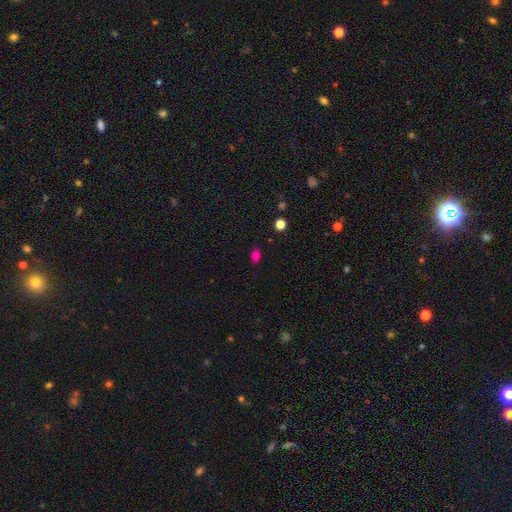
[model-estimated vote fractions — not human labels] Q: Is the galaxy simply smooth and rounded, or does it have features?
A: smooth — 77%.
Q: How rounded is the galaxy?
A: in between — 78%.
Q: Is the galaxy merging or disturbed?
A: none — 84%.